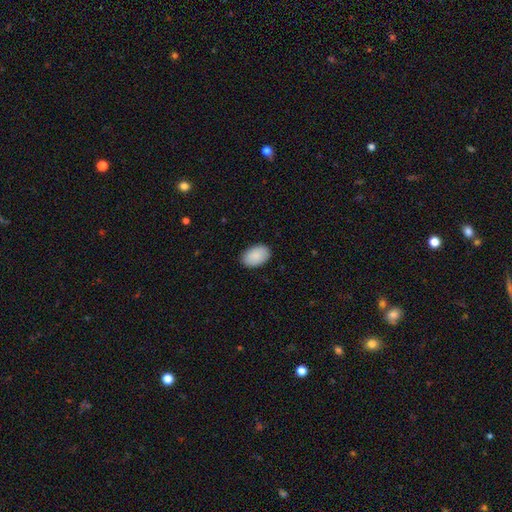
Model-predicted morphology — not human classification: A smooth galaxy with no disk features (90%) that is in between round and cigar-shaped (92%). Merging: none (89%).